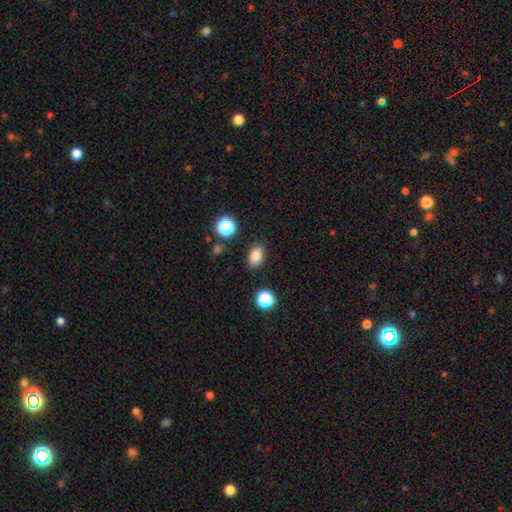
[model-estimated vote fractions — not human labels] smooth 83%, star or artifact 11%, featured or disk 5%. Down the decision tree: how rounded — in between (81%); merging — none (84%).